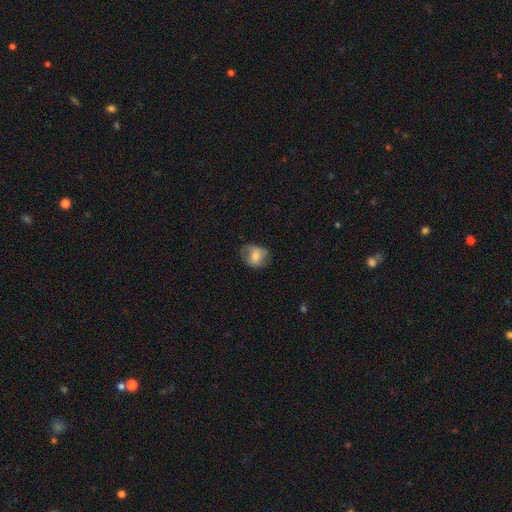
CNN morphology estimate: A smooth galaxy with no disk features (64%) that is in between round and cigar-shaped (53%). Merging: none (64%).